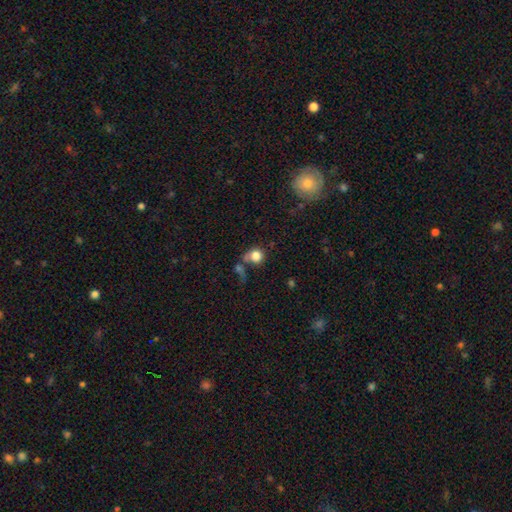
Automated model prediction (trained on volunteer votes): The model was most divided on "merging": none: 42%, merger: 29%, major disturbance: 15%, minor disturbance: 14%. More confident: how rounded — round (82%); smooth or featured — smooth (79%).